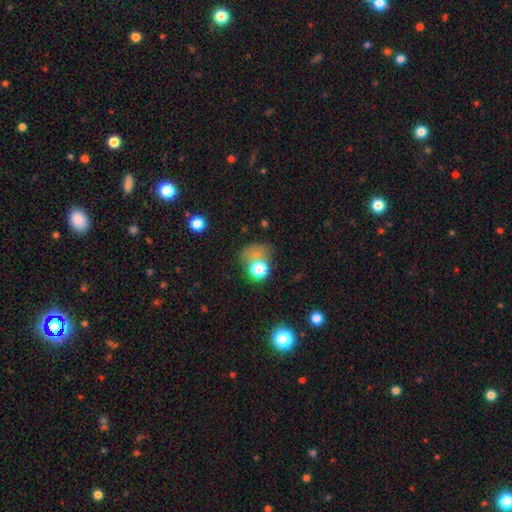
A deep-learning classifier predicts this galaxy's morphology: Smooth or featured? smooth (68%)
How rounded? round (59%)
Merging? major disturbance (30%)